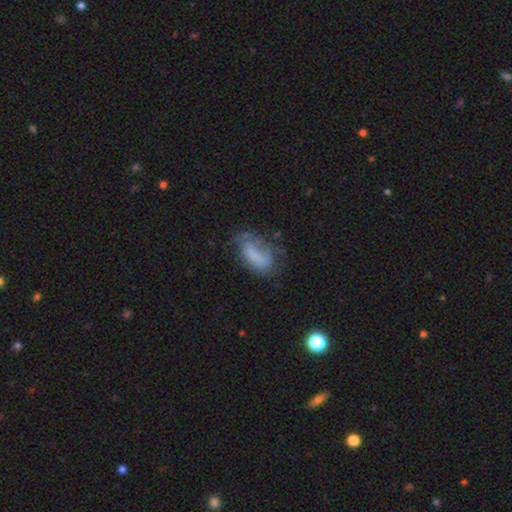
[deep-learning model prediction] Smooth or featured? Predicted: smooth (p=0.56). How rounded? Predicted: in between (p=0.87). Merging? Predicted: none (p=0.40).